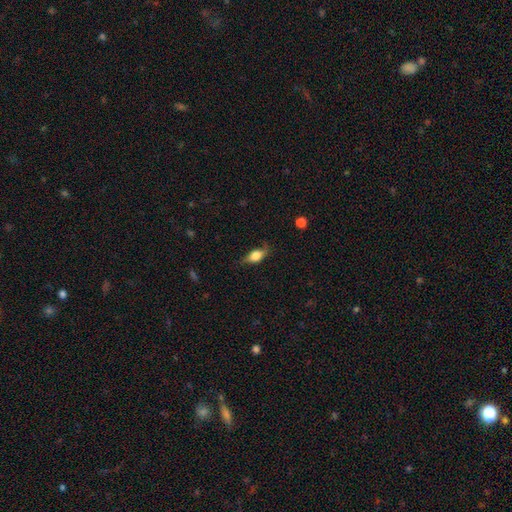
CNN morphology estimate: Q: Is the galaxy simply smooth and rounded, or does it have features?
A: smooth — 61%.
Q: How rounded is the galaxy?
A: in between — 76%.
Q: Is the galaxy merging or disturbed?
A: none — 59%.